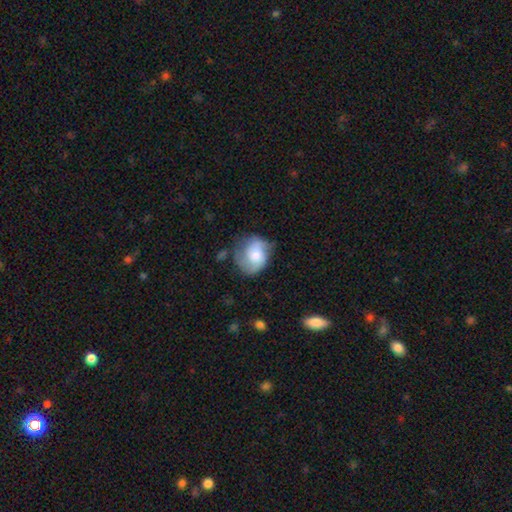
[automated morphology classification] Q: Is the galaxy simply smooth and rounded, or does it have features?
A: featured or disk — 50%.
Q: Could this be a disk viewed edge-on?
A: no — 97%.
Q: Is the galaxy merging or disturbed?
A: none — 52%.